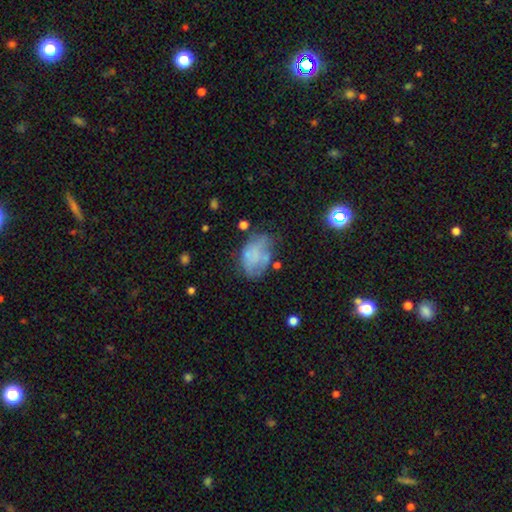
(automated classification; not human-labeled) smooth_or_featured: smooth (p=0.55) [alt: featured or disk p=0.33]
how_rounded: in between (p=0.83) [alt: round p=0.16]
merging: none (p=0.41) [alt: minor disturbance p=0.31]